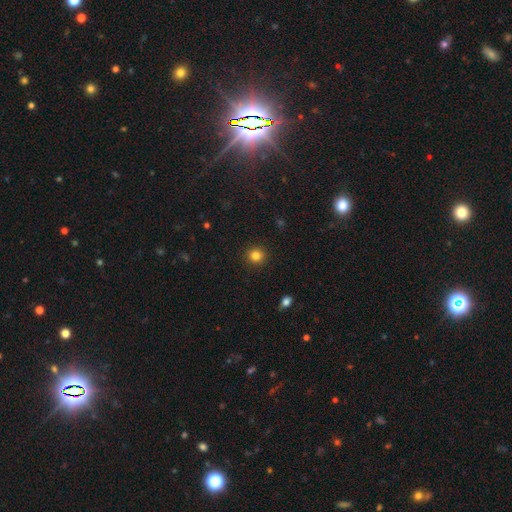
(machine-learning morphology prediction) This is clearly a smooth galaxy (83%). How rounded: clearly round (92%). Merging: clearly none (92%).